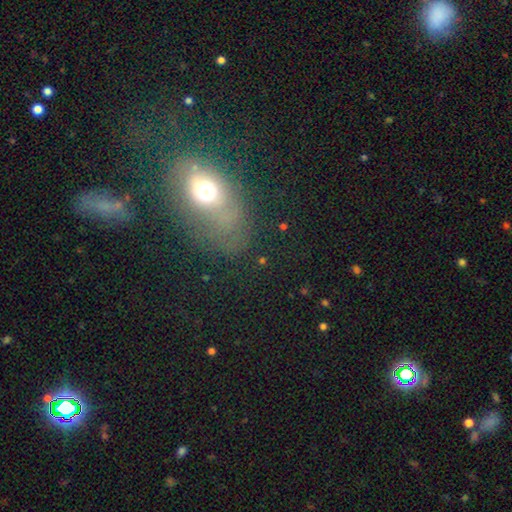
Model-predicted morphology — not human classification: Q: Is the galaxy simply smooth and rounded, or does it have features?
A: smooth — 49%.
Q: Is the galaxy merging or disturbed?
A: none — 51%.